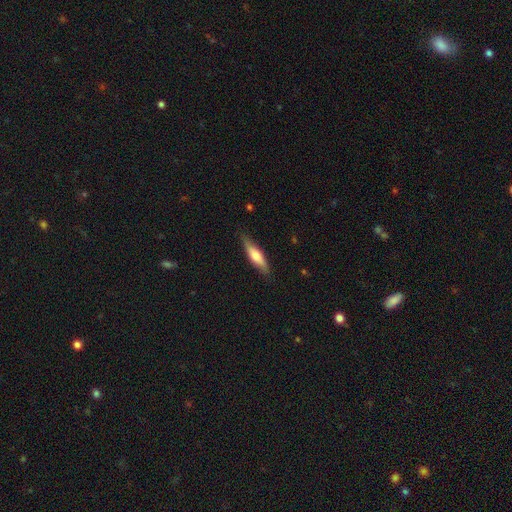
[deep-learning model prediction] This is possibly a smooth galaxy (58%). How rounded: likely cigar-shaped (70%). Merging: clearly none (81%).